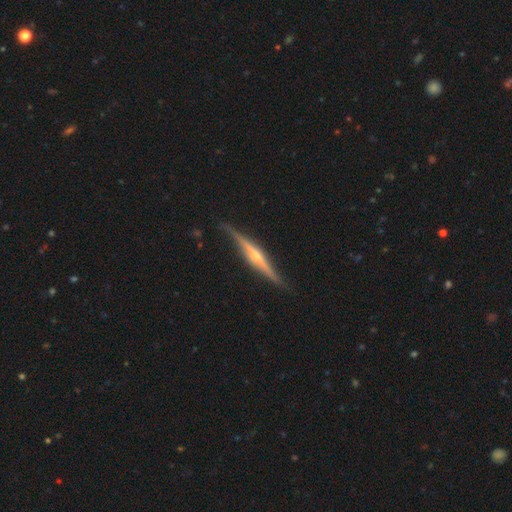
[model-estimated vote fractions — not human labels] Smooth or featured: featured or disk — 81% (smooth — 13%)
Edge-on disk: yes — 97% (no — 3%)
Edge-on bulge: rounded — 79% (none — 12%)
Merging: none — 84% (minor disturbance — 13%)